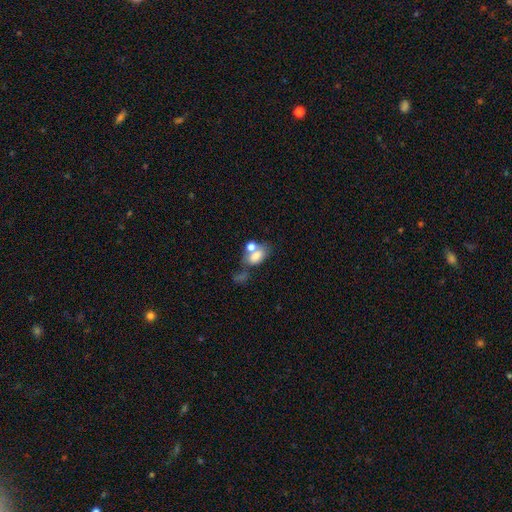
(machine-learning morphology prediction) Smooth or featured? Predicted: smooth (p=0.72). How rounded? Predicted: in between (p=0.85). Merging? Predicted: merger (p=0.46).